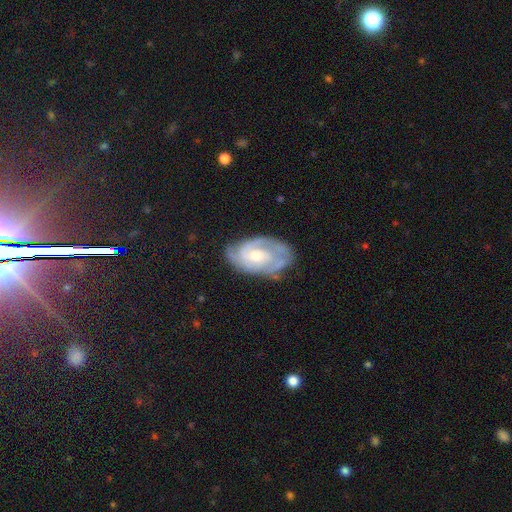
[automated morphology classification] A featured or disk galaxy (82%) with no bar (63%), 2 (34%) tight (60%) spiral arms (92%) and a moderate central bulge (61%). Merging: none (65%).